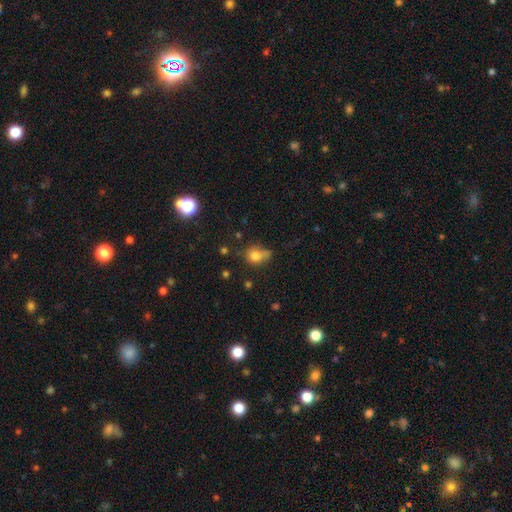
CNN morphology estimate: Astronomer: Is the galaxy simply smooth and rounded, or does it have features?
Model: smooth — 77%.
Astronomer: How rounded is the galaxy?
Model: round — 56% (runner-up: in between, 43%).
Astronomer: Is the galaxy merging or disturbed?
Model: none — 44% (runner-up: minor disturbance, 32%).